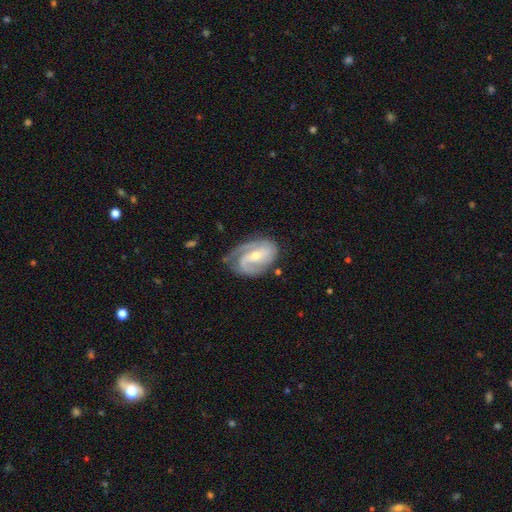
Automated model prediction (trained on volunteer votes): Morphology: type=featured or disk (86%); edge-on=no (97%); bar=weak (41%); spiral arms=yes (96%); winding=tight (42%, tied with medium); arm count=2 (66%); bulge=small (52%); merging=none (64%).